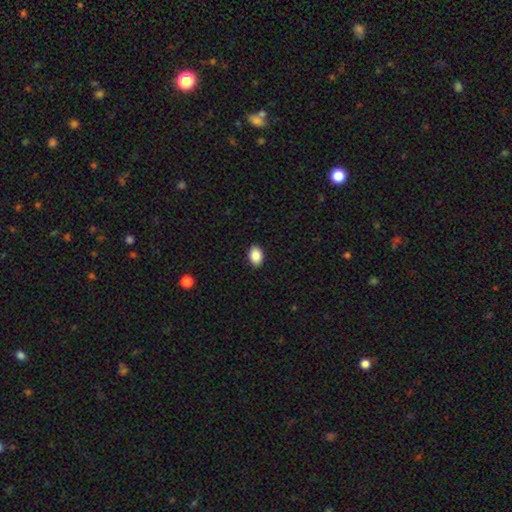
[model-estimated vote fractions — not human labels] Smooth or featured? smooth (89%)
How rounded? in between (82%)
Merging? none (90%)